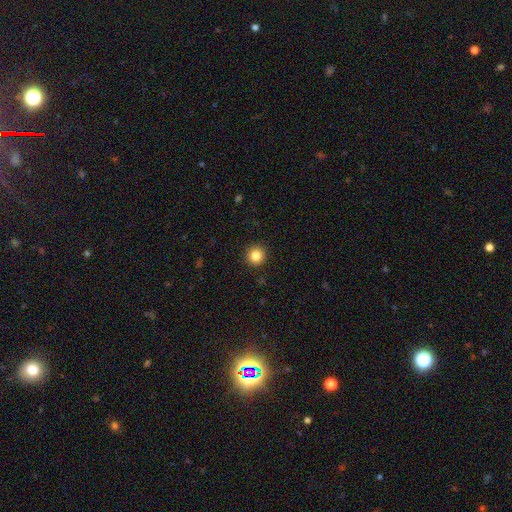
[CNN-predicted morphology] smooth-or-featured: smooth: 84% | star or artifact: 11% | featured or disk: 5%
  how-rounded: round: 95% | in between: 4% | cigar-shaped: 1%
  merging: none: 92% | minor disturbance: 5% | major disturbance: 2% | merger: 1%